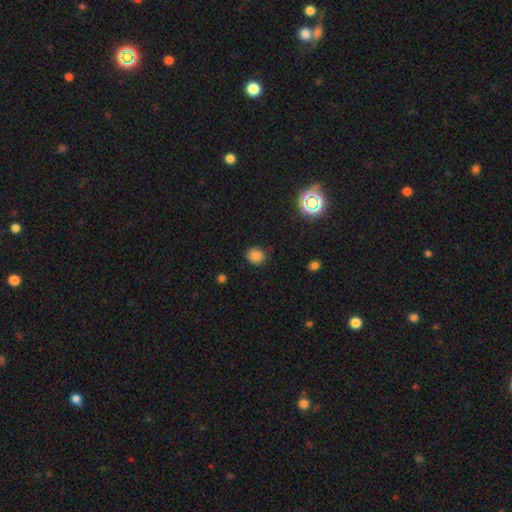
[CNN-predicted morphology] Overall: smooth (80%). How rounded: round (83%). Merging: none (85%).